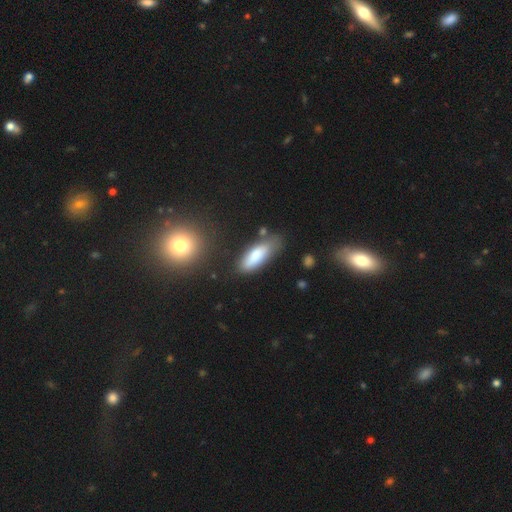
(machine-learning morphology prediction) This is likely a smooth galaxy (79%). How rounded: likely in between (64%). Merging: likely none (67%).